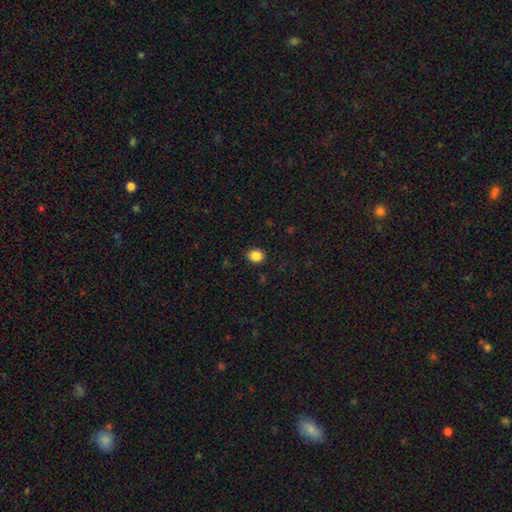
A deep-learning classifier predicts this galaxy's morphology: This is clearly a smooth galaxy (86%). How rounded: likely round (67%). Merging: clearly none (89%).